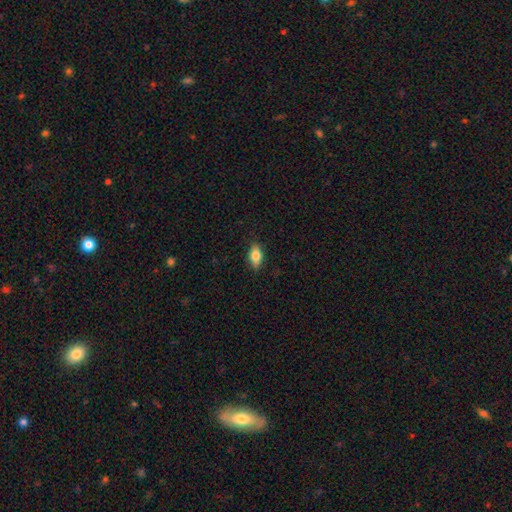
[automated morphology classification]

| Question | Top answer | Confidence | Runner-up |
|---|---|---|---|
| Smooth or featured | smooth | 77% | featured or disk (16%) |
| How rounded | in between | 86% | cigar-shaped (9%) |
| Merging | none | 86% | minor disturbance (11%) |